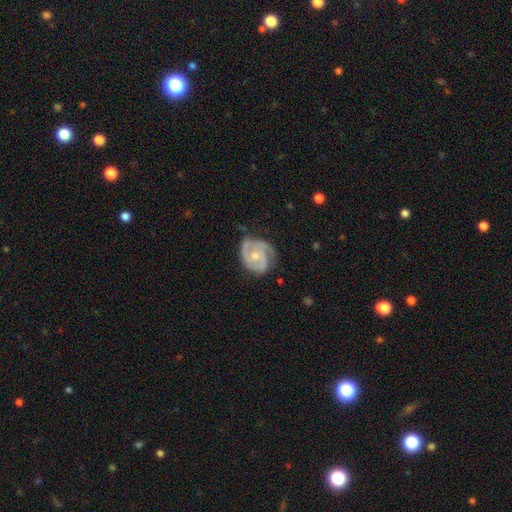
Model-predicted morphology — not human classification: Smooth or featured? Predicted: featured or disk (p=0.84). Edge-on disk? Predicted: no (p=0.98). Bar? Predicted: no (p=0.69). Spiral arms? Predicted: yes (p=0.95). Spiral winding? Predicted: tight (p=0.57). Spiral arm count? Predicted: 2 (p=0.52). Bulge size? Predicted: moderate (p=0.59). Merging? Predicted: none (p=0.62).